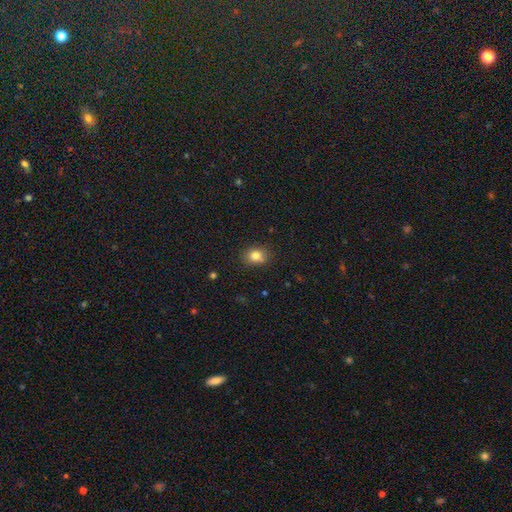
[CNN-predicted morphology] Smooth or featured?
  - smooth: 81% *
  - star or artifact: 11%
  - featured or disk: 8%
How rounded?
  - in between: 50% *
  - round: 49%
  - cigar-shaped: 1%
Merging?
  - none: 80% *
  - minor disturbance: 15%
  - major disturbance: 3%
  - merger: 2%